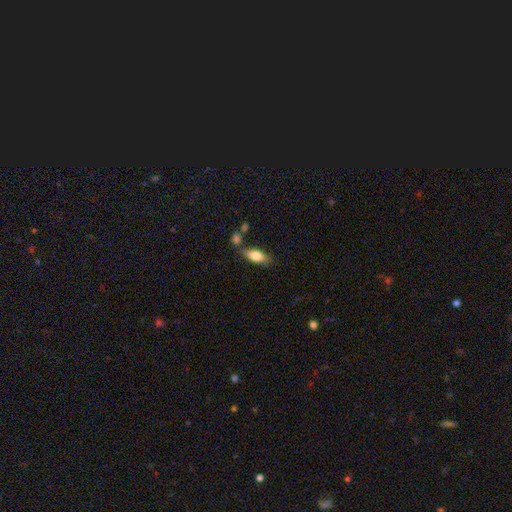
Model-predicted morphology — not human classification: type=smooth (78%); roundness=in between (82%); merging=none (68%).